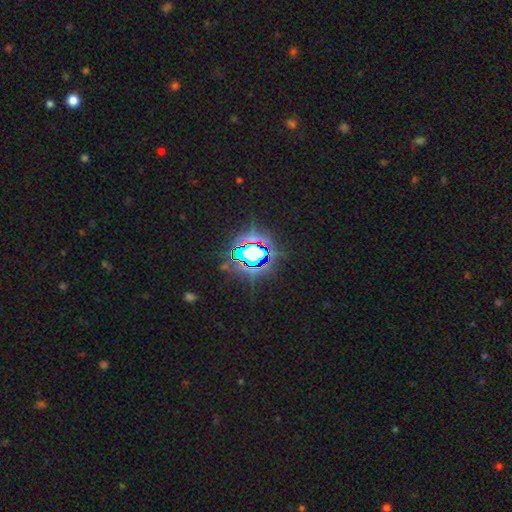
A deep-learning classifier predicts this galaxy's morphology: star or artifact 81%, smooth 11%, featured or disk 8%.